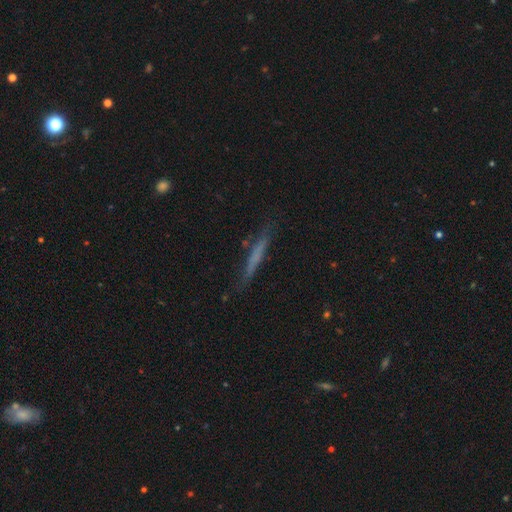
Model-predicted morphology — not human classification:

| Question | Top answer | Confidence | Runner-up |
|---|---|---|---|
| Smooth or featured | smooth | 54% | featured or disk (38%) |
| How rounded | cigar-shaped | 94% | in between (4%) |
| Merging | none | 78% | minor disturbance (16%) |